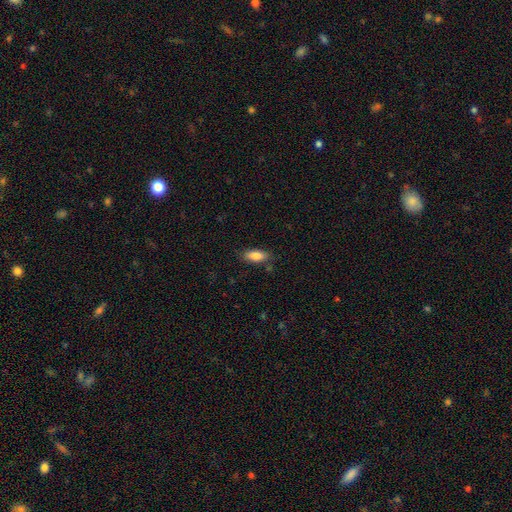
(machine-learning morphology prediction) Q: Smooth or featured?
A: smooth (85%); runner-up: featured or disk (8%)
Q: How rounded?
A: in between (85%); runner-up: cigar-shaped (13%)
Q: Merging?
A: none (81%); runner-up: minor disturbance (14%)